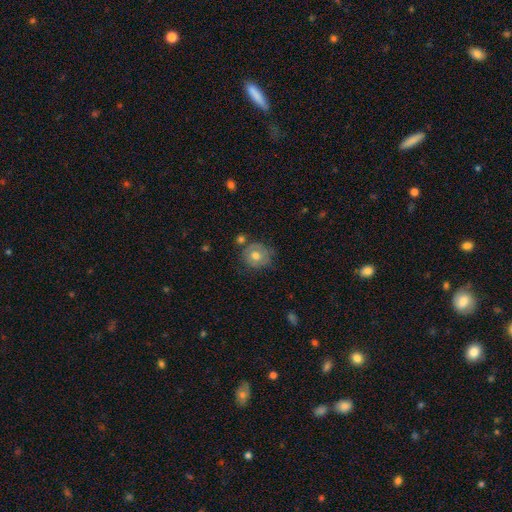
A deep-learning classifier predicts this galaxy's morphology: Smooth or featured? smooth (62%)
How rounded? round (85%)
Merging? none (68%)